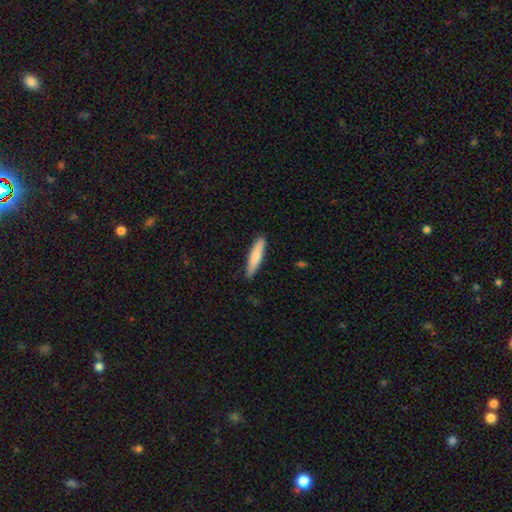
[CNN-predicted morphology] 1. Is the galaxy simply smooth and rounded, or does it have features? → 75% smooth, 20% featured or disk, 5% star or artifact.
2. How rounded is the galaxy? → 82% cigar-shaped, 16% in between, 1% round.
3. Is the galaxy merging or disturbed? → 86% none, 11% minor disturbance, 2% major disturbance, 1% merger.